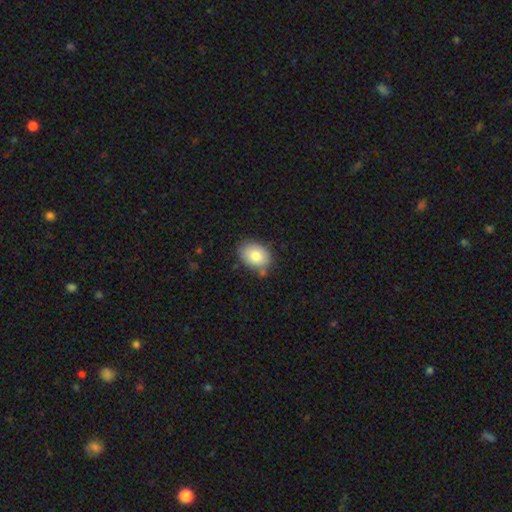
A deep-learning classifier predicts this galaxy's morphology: Smooth or featured?
  - smooth: 83% *
  - featured or disk: 9%
  - star or artifact: 7%
How rounded?
  - in between: 76% *
  - round: 23%
  - cigar-shaped: 1%
Merging?
  - none: 75% *
  - minor disturbance: 18%
  - merger: 4%
  - major disturbance: 3%